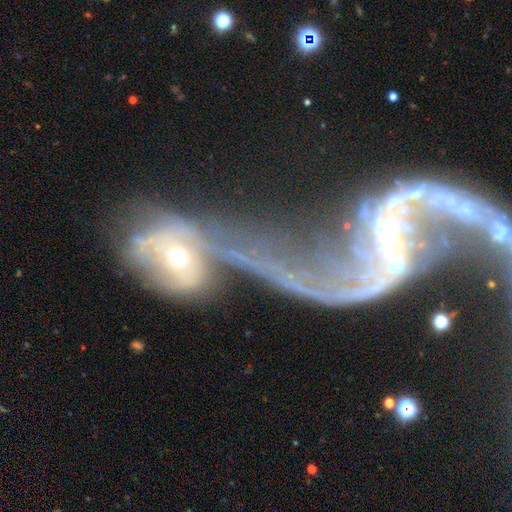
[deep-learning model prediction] Smooth or featured: featured or disk — 84% (star or artifact — 8%)
Edge-on disk: no — 96% (yes — 4%)
Bar: no — 42% (weak — 36%)
Spiral arms: yes — 85% (no — 15%)
Spiral winding: loose — 85% (medium — 10%)
Spiral arm count: 2 — 83% (1 — 7%)
Bulge size: small — 65% (moderate — 22%)
Merging: merger — 58% (major disturbance — 18%)